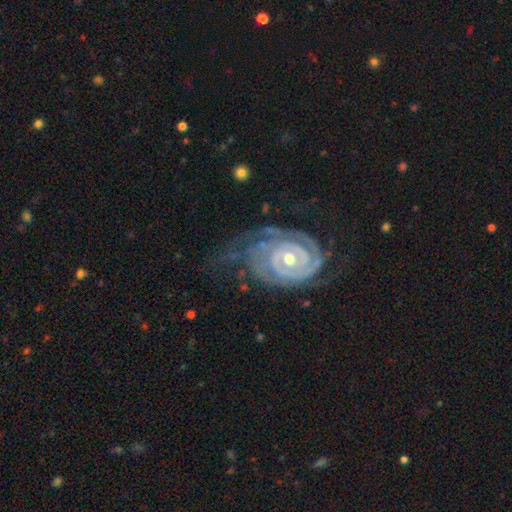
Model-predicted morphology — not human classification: Q: Smooth or featured?
A: featured or disk (91%); runner-up: star or artifact (6%)
Q: Edge-on disk?
A: no (97%); runner-up: yes (3%)
Q: Bar?
A: no (57%); runner-up: weak (27%)
Q: Spiral arms?
A: yes (98%); runner-up: no (2%)
Q: Spiral winding?
A: tight (83%); runner-up: medium (14%)
Q: Spiral arm count?
A: 2 (46%); runner-up: 3 (21%)
Q: Bulge size?
A: moderate (52%); runner-up: small (44%)
Q: Merging?
A: none (61%); runner-up: minor disturbance (22%)